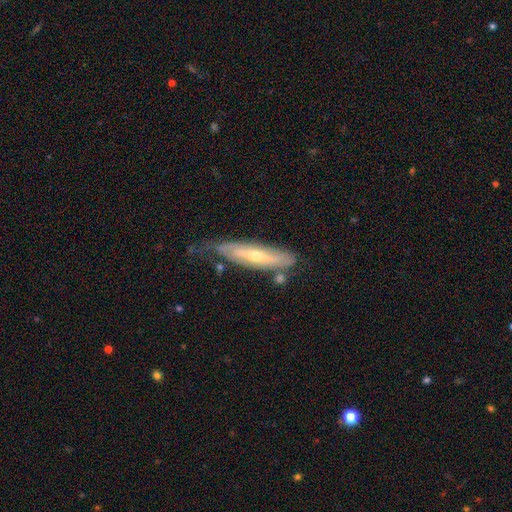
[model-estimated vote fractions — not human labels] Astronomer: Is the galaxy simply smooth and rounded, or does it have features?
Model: featured or disk — 67%.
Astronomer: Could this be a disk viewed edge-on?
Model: yes — 52% (runner-up: no, 48%).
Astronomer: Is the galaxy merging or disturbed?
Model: none — 53% (runner-up: minor disturbance, 30%).